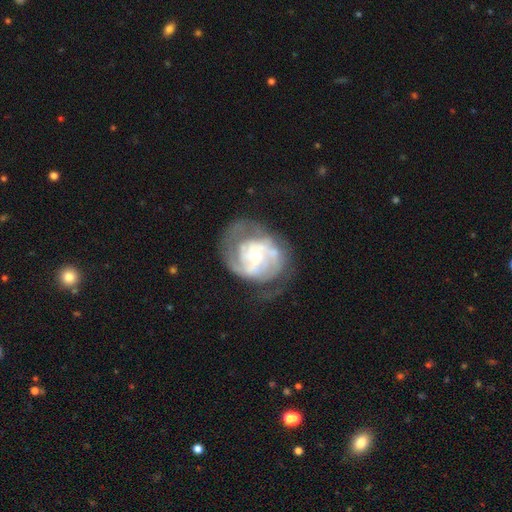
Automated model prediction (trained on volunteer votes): A featured or disk galaxy (84%) with no bar (52%), 2 (48%) tight (45%) spiral arms (90%) and a moderate central bulge (49%).

Vote fractions:
- Smooth or featured? featured or disk: 84% / smooth: 11% / star or artifact: 5%
- Edge-on disk? no: 97% / yes: 3%
- Bar? no: 52% / weak: 37% / strong: 11%
- Spiral arms? yes: 90% / no: 10%
- Spiral winding? tight: 45% / medium: 40% / loose: 14%
- Spiral arm count? 2: 48% / can't tell: 25% / 3: 15% / 1: 6% / 4: 4% / more than 4: 3%
- Bulge size? moderate: 49% / small: 45% / large: 4% / none: 1% / dominant: 1%
- Merging? none: 54% / major disturbance: 22% / minor disturbance: 22% / merger: 2%